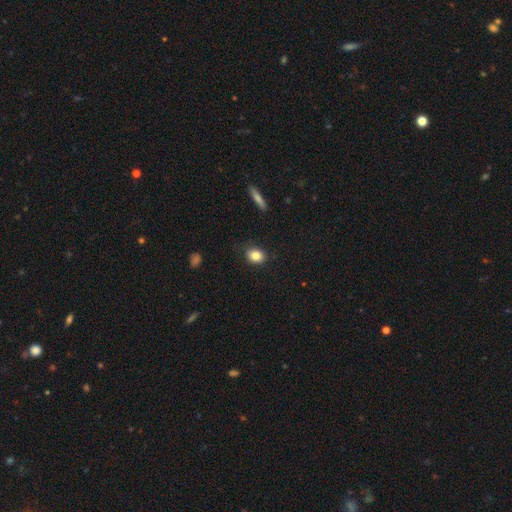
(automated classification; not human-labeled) Smooth or featured: smooth — 83% (star or artifact — 9%)
How rounded: in between — 52% (round — 47%)
Merging: none — 85% (minor disturbance — 11%)